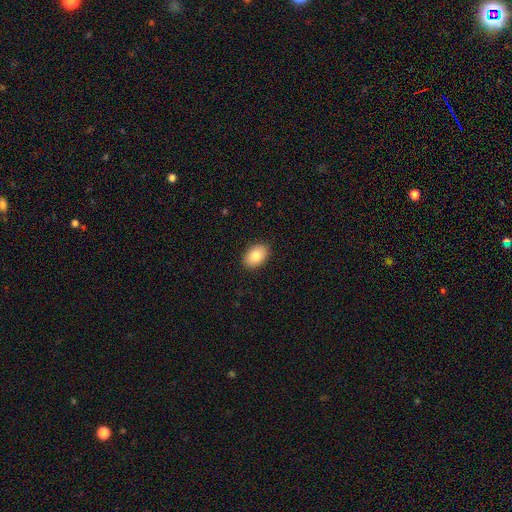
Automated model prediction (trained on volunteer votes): Smooth or featured: smooth — 84% (featured or disk — 9%)
How rounded: in between — 87% (round — 12%)
Merging: none — 89% (minor disturbance — 8%)